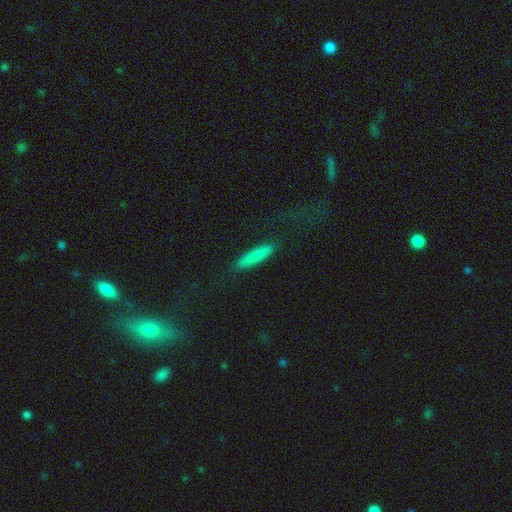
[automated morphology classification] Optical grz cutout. It shows a smooth galaxy with no disk features (83%) that is cigar-shaped (83%). Merging: none (86%).